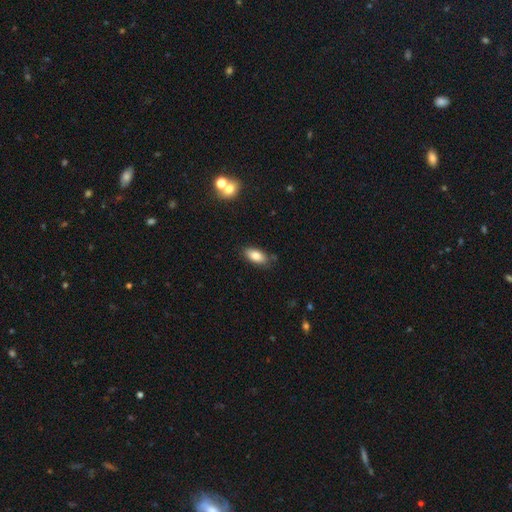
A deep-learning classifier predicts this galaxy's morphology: smooth-or-featured: smooth: 83% | featured or disk: 9% | star or artifact: 8%
  how-rounded: in between: 89% | cigar-shaped: 8% | round: 3%
  merging: none: 80% | minor disturbance: 14% | major disturbance: 3% | merger: 3%